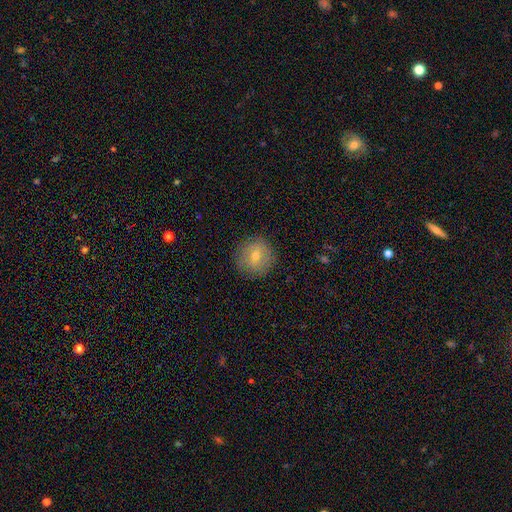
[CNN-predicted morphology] smooth 58%, featured or disk 30%, star or artifact 12%. Down the decision tree: how rounded — round (92%); merging — none (88%).